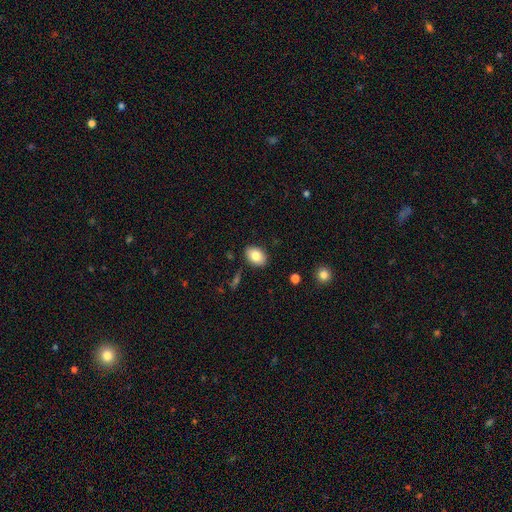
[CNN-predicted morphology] Smooth or featured?
  - smooth: 82% *
  - featured or disk: 11%
  - star or artifact: 7%
How rounded?
  - in between: 84% *
  - round: 15%
  - cigar-shaped: 1%
Merging?
  - none: 87% *
  - minor disturbance: 9%
  - major disturbance: 2%
  - merger: 2%